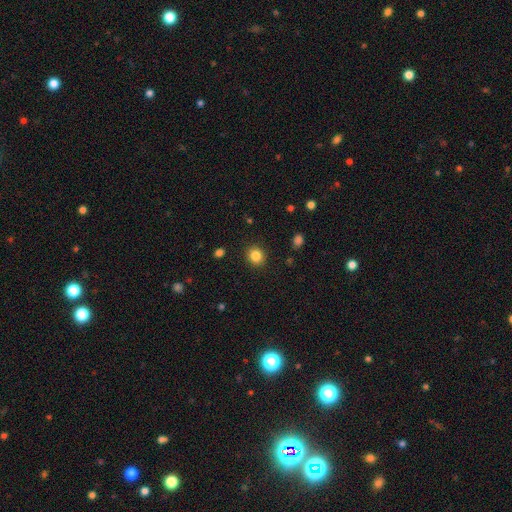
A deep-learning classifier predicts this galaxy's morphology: Smooth or featured?
  - smooth: 85% *
  - star or artifact: 11%
  - featured or disk: 5%
How rounded?
  - round: 83% *
  - in between: 16%
  - cigar-shaped: 1%
Merging?
  - none: 91% *
  - minor disturbance: 6%
  - major disturbance: 2%
  - merger: 1%